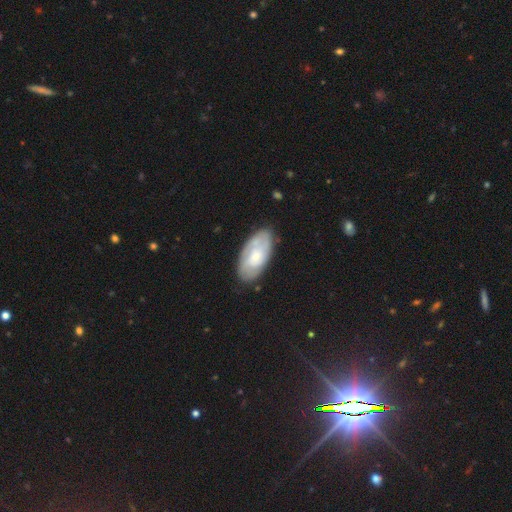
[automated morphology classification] The model was most divided on "bulge size": small: 49%, moderate: 39%, large: 5%, none: 5%, dominant: 1%. More confident: edge-on disk — no (93%); merging — none (76%); spiral arms — yes (76%); bar — no (72%); smooth or featured — featured or disk (55%).